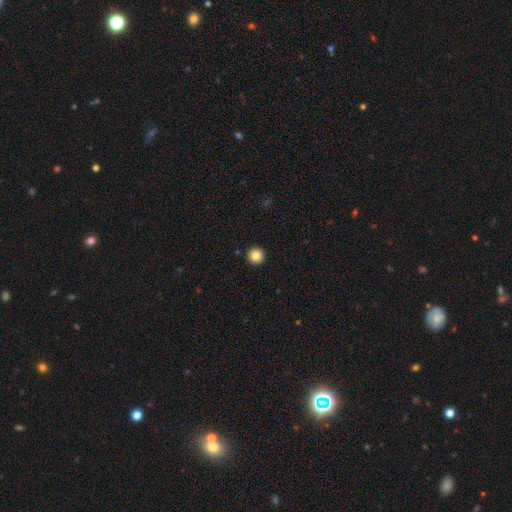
Smooth or featured?
  - smooth: 90% *
  - featured or disk: 5%
  - star or artifact: 5%
How rounded?
  - round: 97% *
  - in between: 3%
  - cigar-shaped: 0%
Merging?
  - none: 100% *
  - minor disturbance: 0%
  - major disturbance: 0%
  - merger: 0%